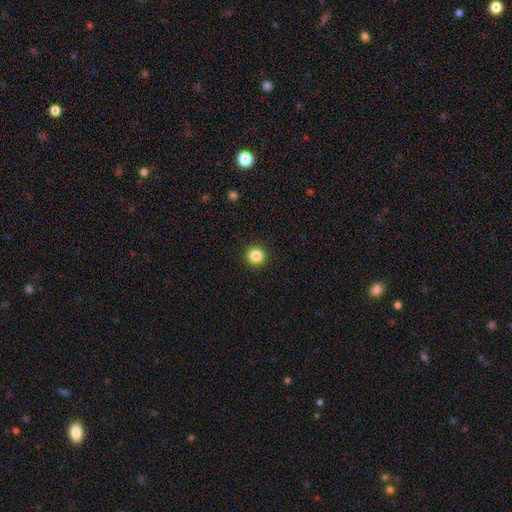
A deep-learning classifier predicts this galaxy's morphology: The model was most divided on "smooth or featured": smooth: 85%, star or artifact: 11%, featured or disk: 4%. More confident: how rounded — round (92%); merging — none (92%).